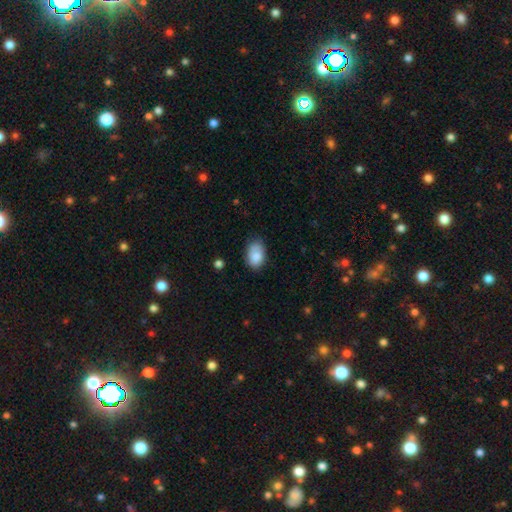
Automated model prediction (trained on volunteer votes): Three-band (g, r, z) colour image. It shows a smooth galaxy with no disk features (84%) that is in between round and cigar-shaped (88%). Merging: none (69%).